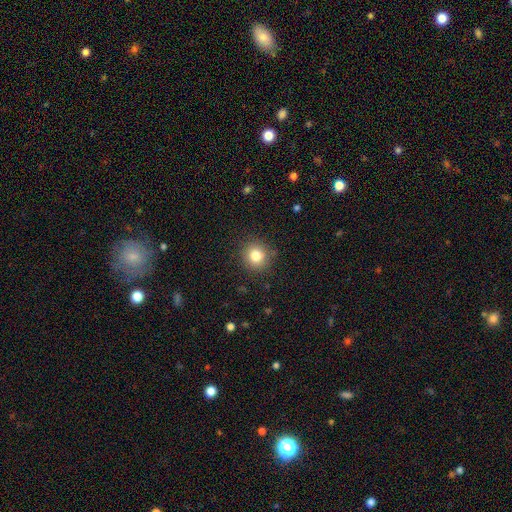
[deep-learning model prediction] Overall: smooth (81%). How rounded: round (91%). Merging: none (88%).